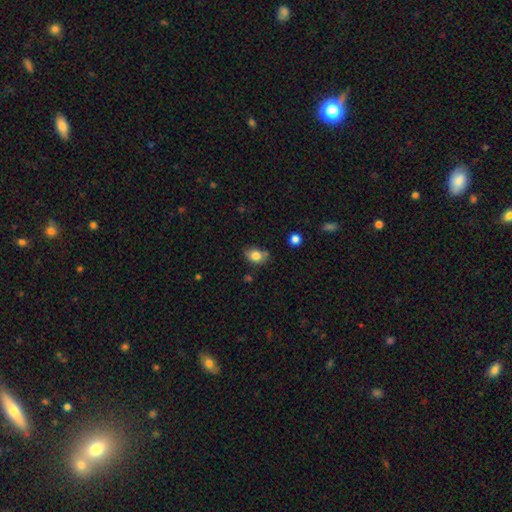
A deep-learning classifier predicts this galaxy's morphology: Smooth or featured? Predicted: smooth (p=0.82). How rounded? Predicted: in between (p=0.60). Merging? Predicted: none (p=0.66).